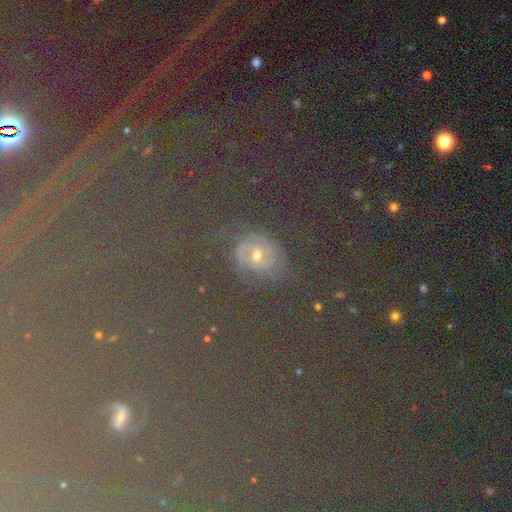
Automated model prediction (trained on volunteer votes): Smooth or featured? Predicted: smooth (p=0.46). Merging? Predicted: none (p=0.81).